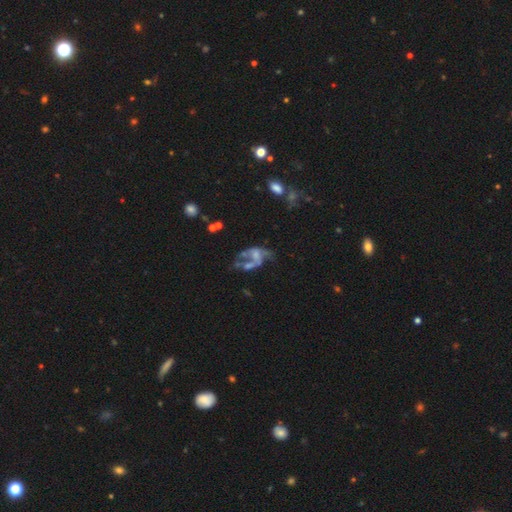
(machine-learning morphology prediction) The model was most divided on "merging": major disturbance: 35%, merger: 32%, none: 21%, minor disturbance: 12%. More confident: edge-on disk — no (97%); bar — no (81%); spiral arms — no (77%); smooth or featured — featured or disk (63%); bulge size — none (56%).